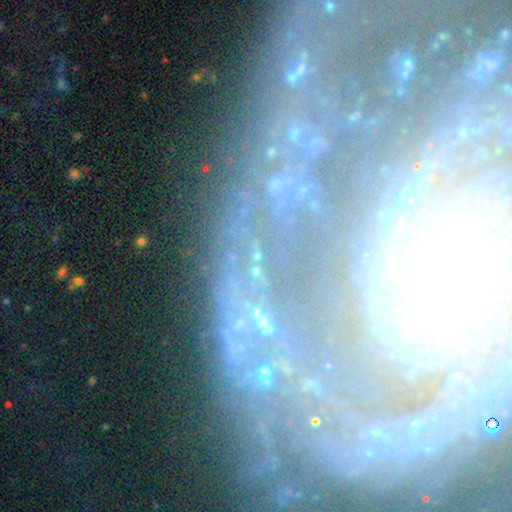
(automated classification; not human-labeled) This appears to be a star or artifact, not a galaxy (49%).